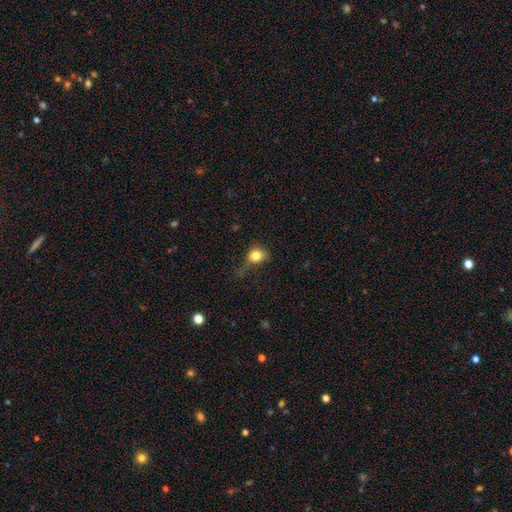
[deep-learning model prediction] Smooth or featured? Predicted: smooth (p=0.80). How rounded? Predicted: round (p=0.66). Merging? Predicted: none (p=0.46).